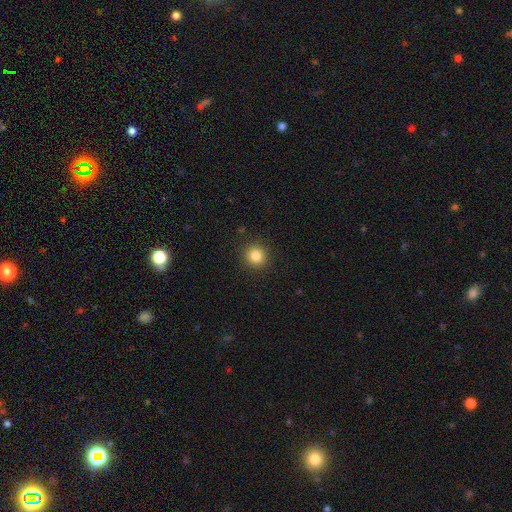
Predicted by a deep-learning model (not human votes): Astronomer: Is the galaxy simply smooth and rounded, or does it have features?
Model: smooth — 84%.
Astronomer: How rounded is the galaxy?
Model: round — 94%.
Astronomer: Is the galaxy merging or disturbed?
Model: none — 91%.